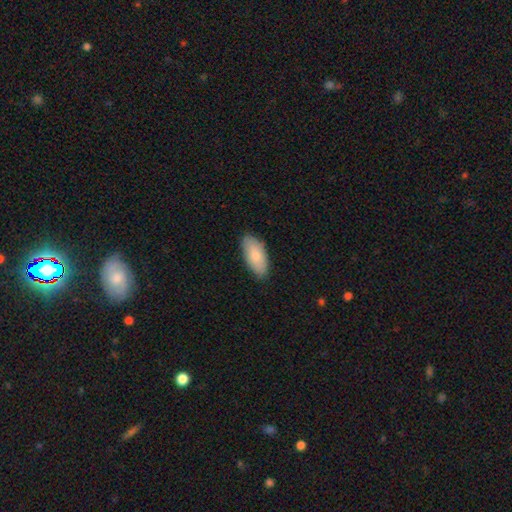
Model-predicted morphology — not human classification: Smooth or featured? smooth (81%)
How rounded? in between (91%)
Merging? none (84%)